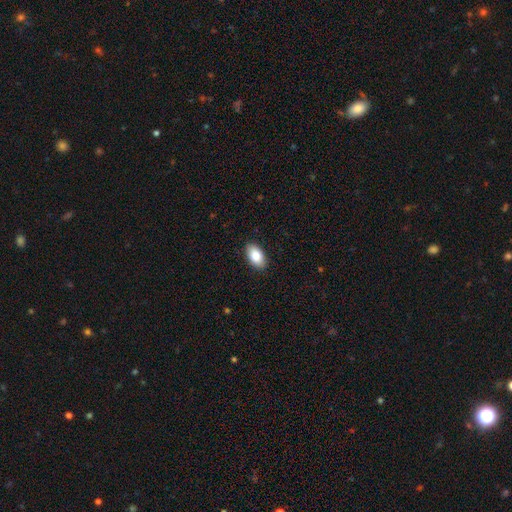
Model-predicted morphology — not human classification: smooth_or_featured: smooth (p=0.86) [alt: featured or disk p=0.08]
how_rounded: in between (p=0.94) [alt: round p=0.04]
merging: none (p=0.89) [alt: minor disturbance p=0.08]